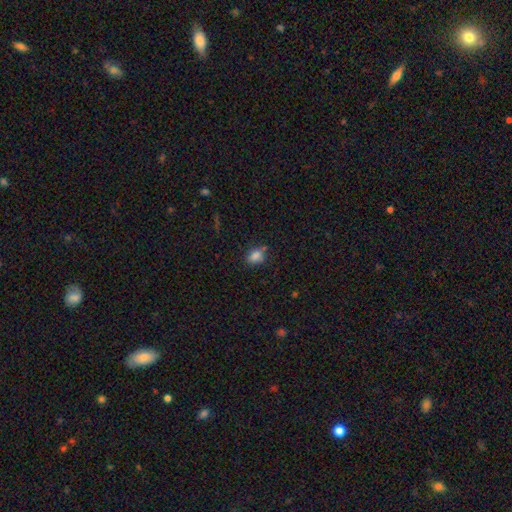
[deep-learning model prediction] This appears to be a smooth galaxy with no disk features (81%) that is in between round and cigar-shaped (73%). Merging: none (63%).